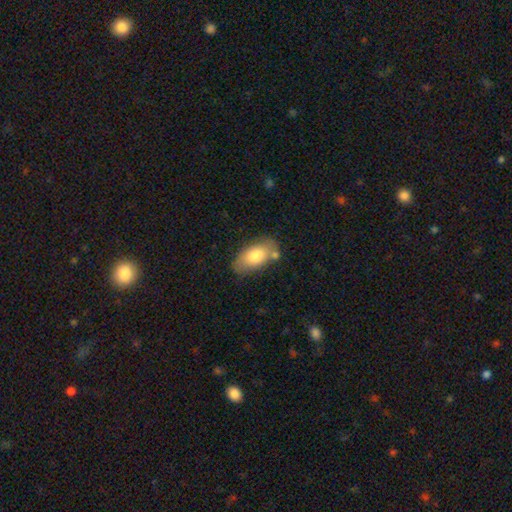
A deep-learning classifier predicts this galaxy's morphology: This is likely a smooth galaxy (76%). How rounded: clearly in between (93%). Merging: likely none (67%).